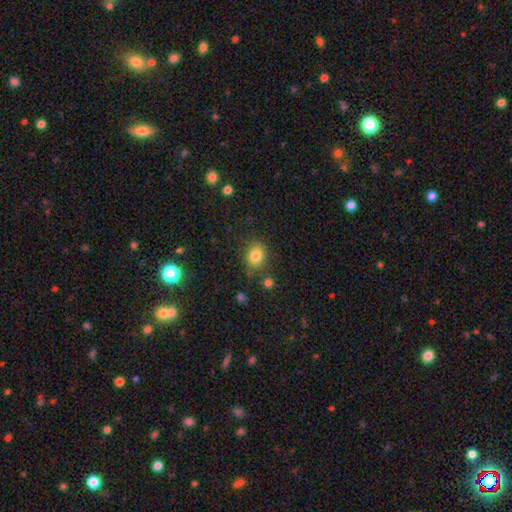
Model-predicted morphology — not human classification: Smooth or featured?
  - smooth: 82% *
  - star or artifact: 11%
  - featured or disk: 7%
How rounded?
  - round: 50% *
  - in between: 49%
  - cigar-shaped: 1%
Merging?
  - none: 78% *
  - minor disturbance: 13%
  - merger: 5%
  - major disturbance: 4%